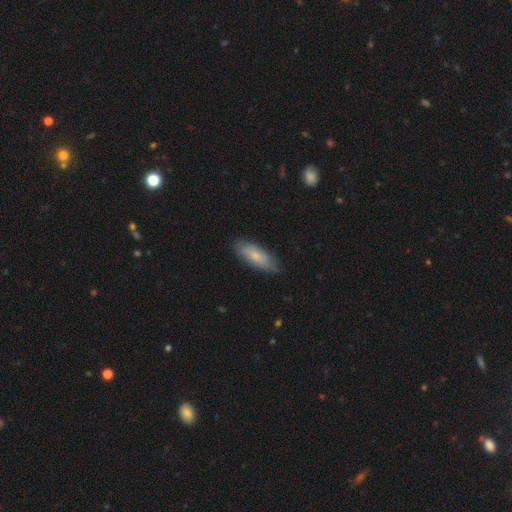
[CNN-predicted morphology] smooth 74%, featured or disk 21%, star or artifact 6%. Down the decision tree: how rounded — in between (67%); merging — none (79%).